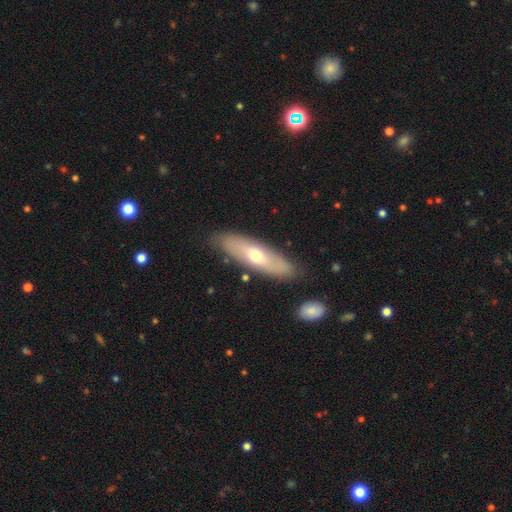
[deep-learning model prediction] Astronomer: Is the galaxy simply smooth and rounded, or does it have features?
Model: smooth — 50% (runner-up: featured or disk, 45%).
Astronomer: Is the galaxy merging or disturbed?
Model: none — 83%.